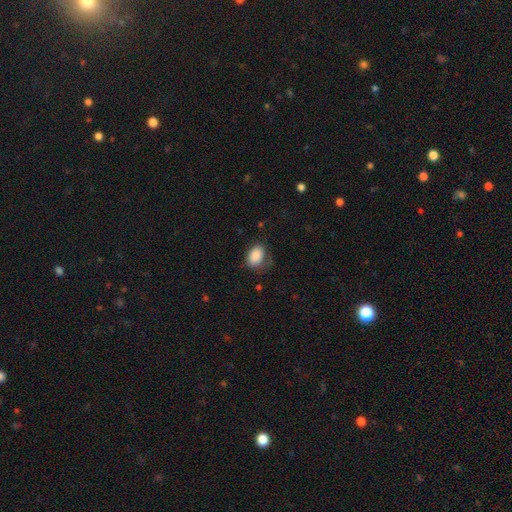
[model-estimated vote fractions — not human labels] Smooth or featured?
  - smooth: 88% *
  - star or artifact: 8%
  - featured or disk: 5%
How rounded?
  - in between: 82% *
  - round: 17%
  - cigar-shaped: 1%
Merging?
  - none: 64% *
  - minor disturbance: 25%
  - major disturbance: 9%
  - merger: 2%